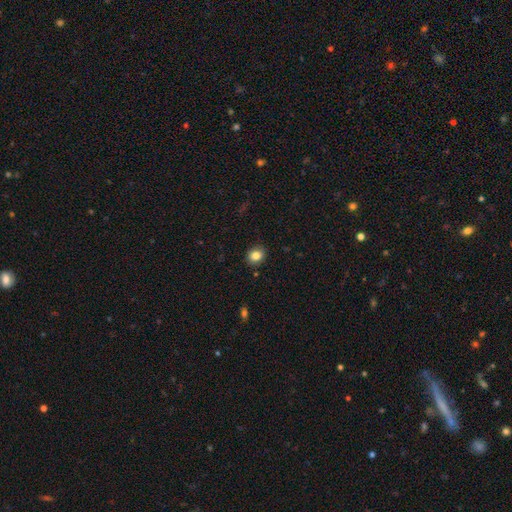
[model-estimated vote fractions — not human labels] Smooth or featured?
  - smooth: 84% *
  - star or artifact: 10%
  - featured or disk: 6%
How rounded?
  - round: 62% *
  - in between: 37%
  - cigar-shaped: 1%
Merging?
  - none: 88% *
  - minor disturbance: 8%
  - major disturbance: 2%
  - merger: 1%